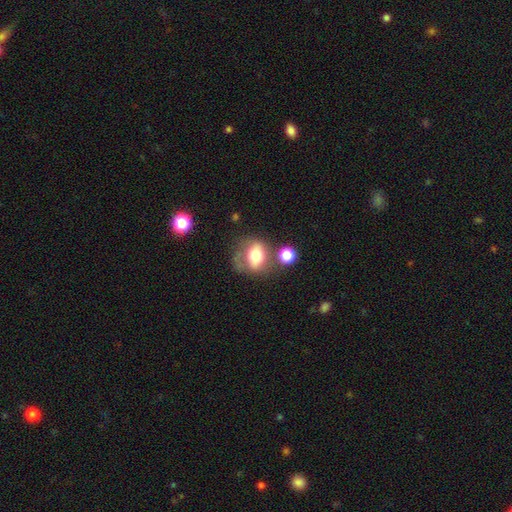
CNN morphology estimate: Overall: smooth (60%; featured or disk 29%). How rounded: in between (59%; round 39%). Merging: none (43%; minor disturbance 23%).